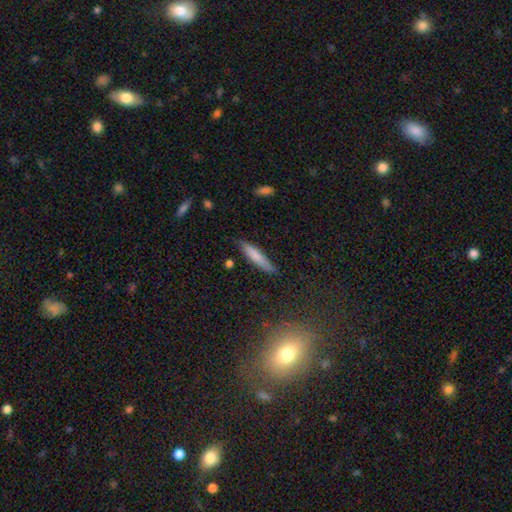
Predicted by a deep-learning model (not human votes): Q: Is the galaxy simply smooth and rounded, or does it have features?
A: smooth — 75%.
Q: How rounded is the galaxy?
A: cigar-shaped — 87%.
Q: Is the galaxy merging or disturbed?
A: none — 82%.